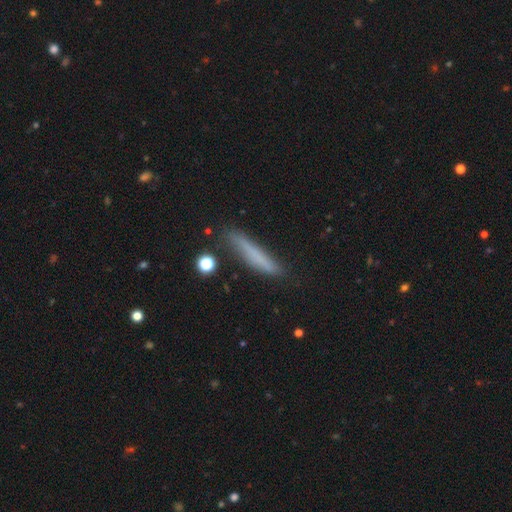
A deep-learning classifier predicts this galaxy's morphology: Smooth or featured?
  - smooth: 67% *
  - featured or disk: 24%
  - star or artifact: 9%
How rounded?
  - cigar-shaped: 92% *
  - in between: 7%
  - round: 2%
Merging?
  - none: 72% *
  - minor disturbance: 20%
  - major disturbance: 5%
  - merger: 3%